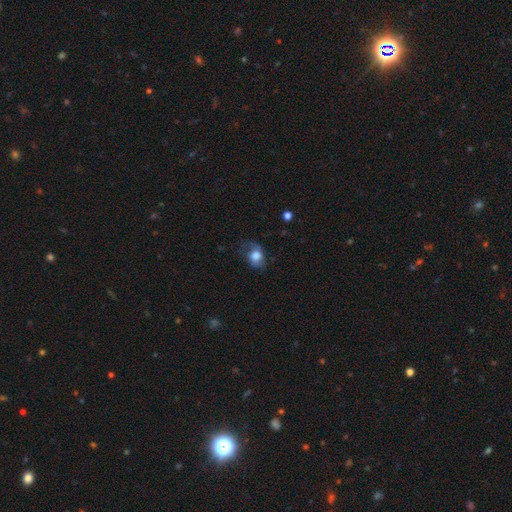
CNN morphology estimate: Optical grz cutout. It shows a smooth galaxy with no disk features (69%) that is in between round and cigar-shaped (60%). Merging: none (44%).